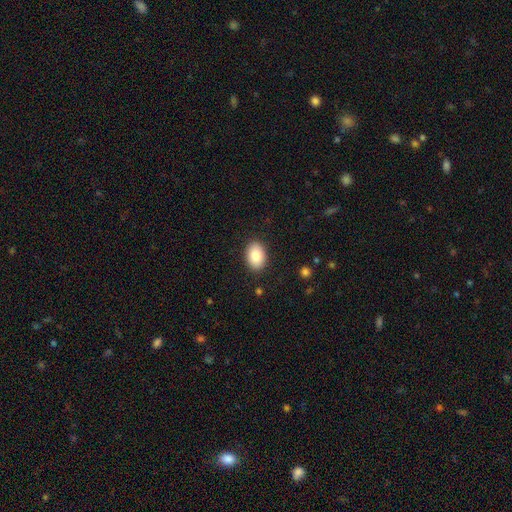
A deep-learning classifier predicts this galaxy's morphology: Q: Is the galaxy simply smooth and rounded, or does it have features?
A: smooth — 86%.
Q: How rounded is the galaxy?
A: in between — 86%.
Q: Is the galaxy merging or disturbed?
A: none — 89%.